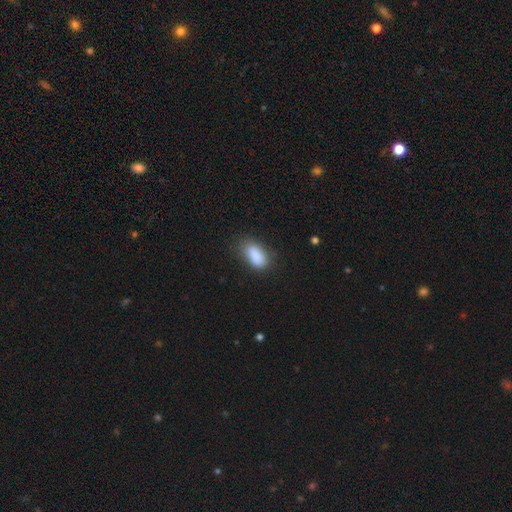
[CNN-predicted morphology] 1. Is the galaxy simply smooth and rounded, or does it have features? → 87% smooth, 8% star or artifact, 5% featured or disk.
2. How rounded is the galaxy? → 90% in between, 6% cigar-shaped, 4% round.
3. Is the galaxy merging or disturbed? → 70% none, 22% minor disturbance, 6% major disturbance, 2% merger.